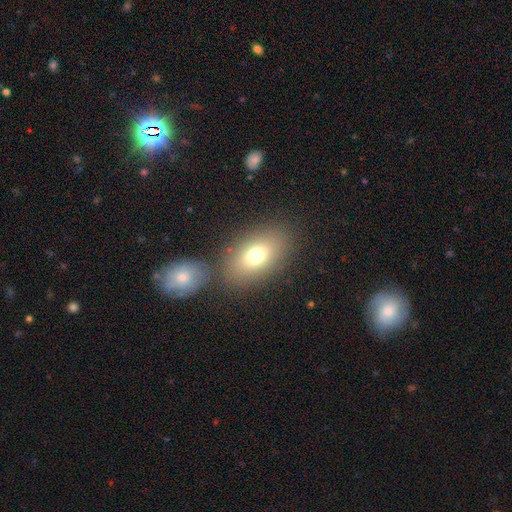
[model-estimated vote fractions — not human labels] Overall: smooth (76%). How rounded: in between (86%). Merging: none (72%).